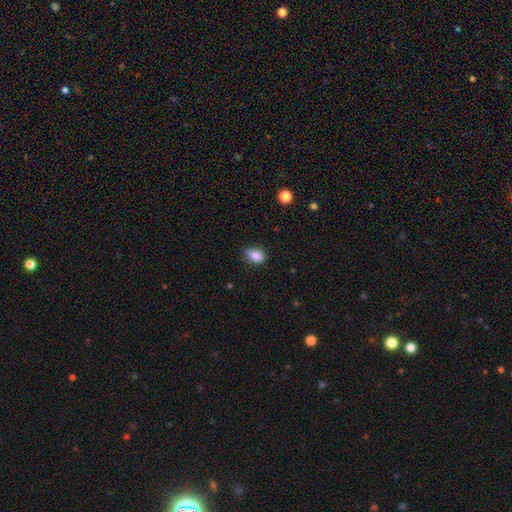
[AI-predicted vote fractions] smooth_or_featured: smooth (p=0.86) [alt: star or artifact p=0.09]
how_rounded: in between (p=0.76) [alt: round p=0.22]
merging: none (p=0.73) [alt: minor disturbance p=0.22]